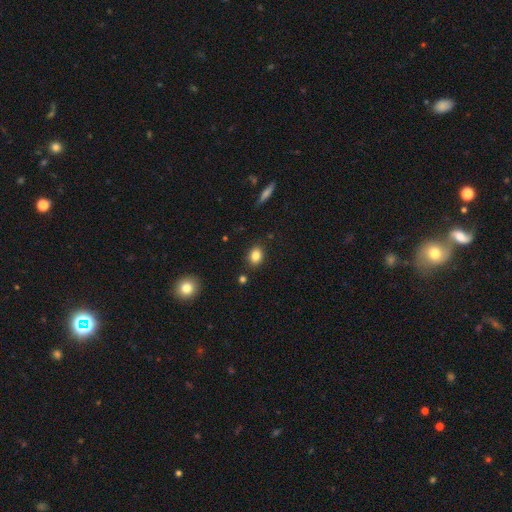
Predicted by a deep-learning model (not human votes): Overall: smooth (83%). How rounded: in between (58%; round 41%). Merging: none (85%).